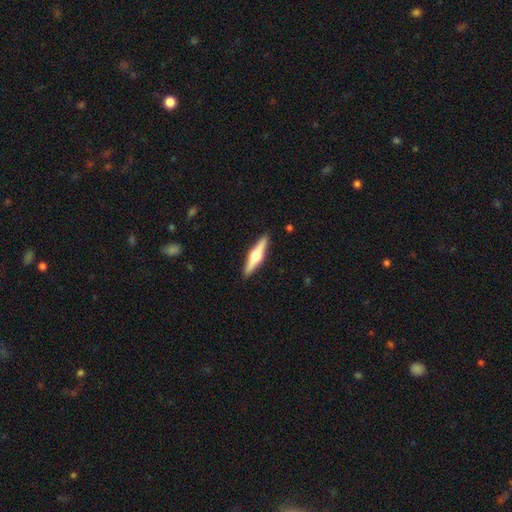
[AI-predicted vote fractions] A featured or disk galaxy (68%) viewed edge-on (98%) with a rounded central bulge (95%).

Vote fractions:
- Smooth or featured? featured or disk: 68% / smooth: 27% / star or artifact: 5%
- Edge-on disk? yes: 98% / no: 2%
- Edge-on bulge? rounded: 95% / boxy: 3% / none: 2%
- Merging? none: 92% / minor disturbance: 6% / major disturbance: 1% / merger: 1%